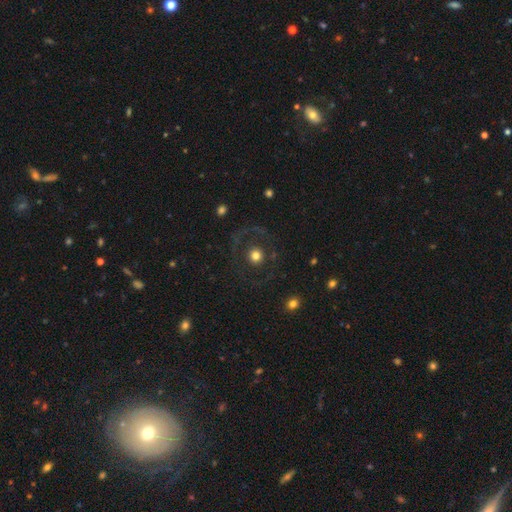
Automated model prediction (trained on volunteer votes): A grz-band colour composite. It shows a smooth galaxy with no disk features (56%) that is round (91%). Merging: none (75%).